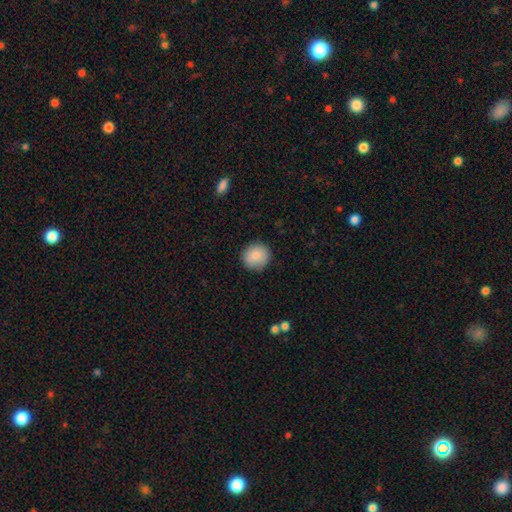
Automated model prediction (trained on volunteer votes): Overall: smooth (86%). How rounded: round (90%). Merging: none (88%).